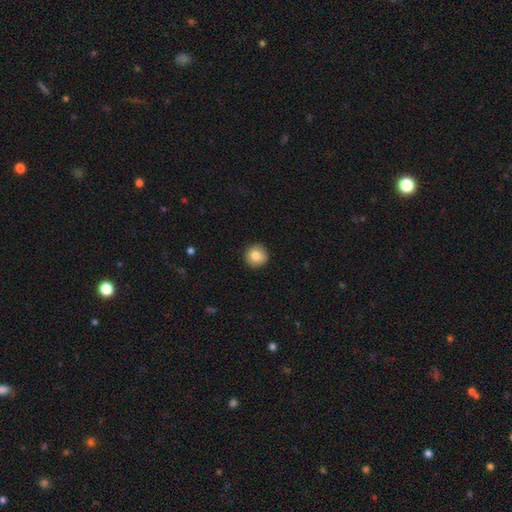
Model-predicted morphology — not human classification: Overall: smooth (82%). How rounded: round (96%). Merging: none (92%).